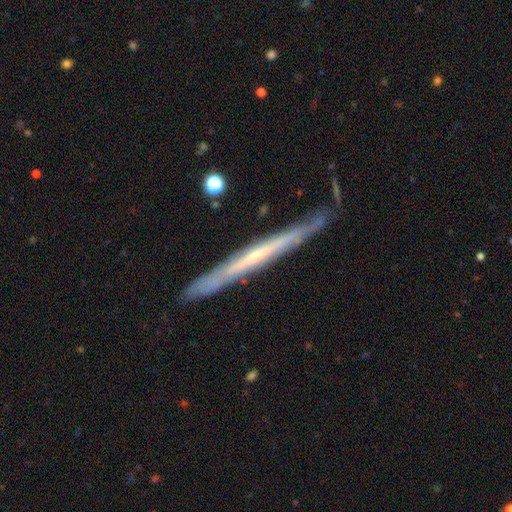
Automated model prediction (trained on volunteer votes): featured or disk 70%, smooth 24%, star or artifact 6%. Down the decision tree: edge-on disk — yes (91%); edge-on bulge — none (74%); merging — none (75%).